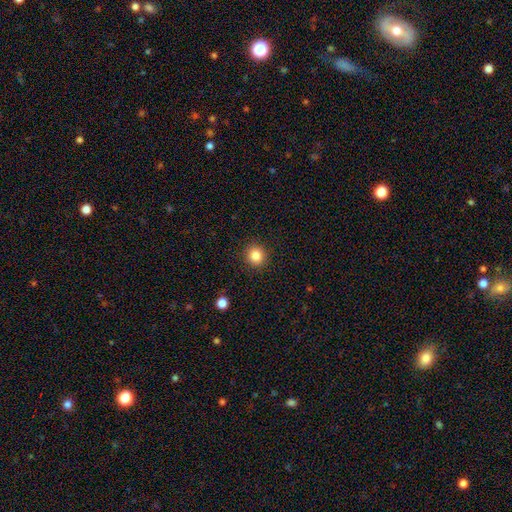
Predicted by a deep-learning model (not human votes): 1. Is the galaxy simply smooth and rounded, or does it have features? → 84% smooth, 11% star or artifact, 5% featured or disk.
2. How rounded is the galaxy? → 90% round, 9% in between, 1% cigar-shaped.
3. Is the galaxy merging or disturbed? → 91% none, 6% minor disturbance, 2% major disturbance, 1% merger.